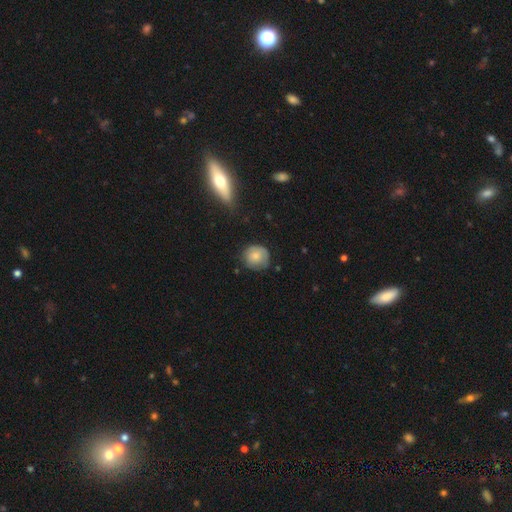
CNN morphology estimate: Smooth or featured? smooth (76%)
How rounded? round (85%)
Merging? none (69%)